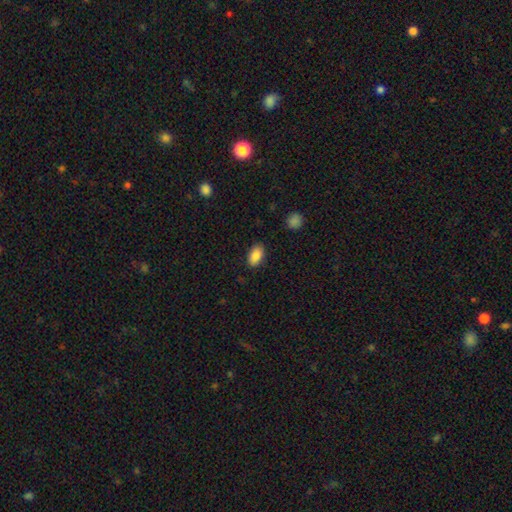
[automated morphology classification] smooth-or-featured: smooth: 87% | star or artifact: 8% | featured or disk: 5%
  how-rounded: in between: 92% | round: 6% | cigar-shaped: 2%
  merging: none: 87% | minor disturbance: 10% | major disturbance: 2% | merger: 1%